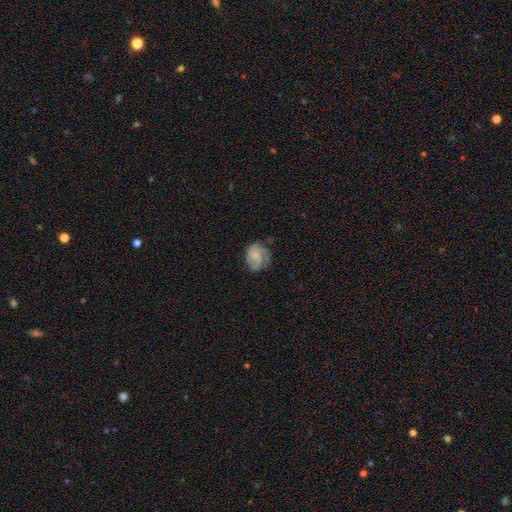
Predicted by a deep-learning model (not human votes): The model was most divided on "smooth or featured": featured or disk: 57%, smooth: 35%, star or artifact: 8%. More confident: edge-on disk — no (98%); spiral arms — yes (87%); bar — no (74%); merging — none (57%); bulge size — small (55%).